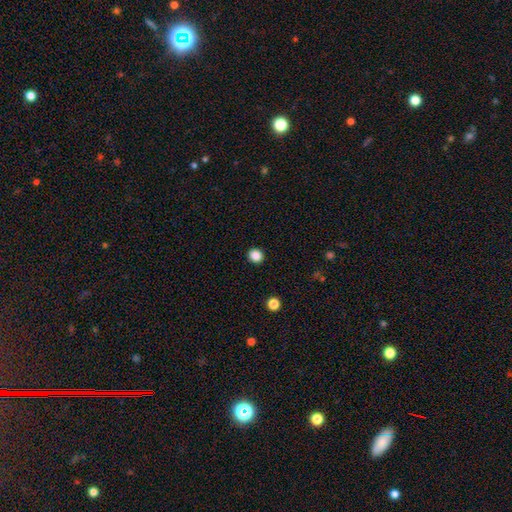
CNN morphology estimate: This is clearly a smooth galaxy (87%). How rounded: clearly round (85%). Merging: clearly none (92%).